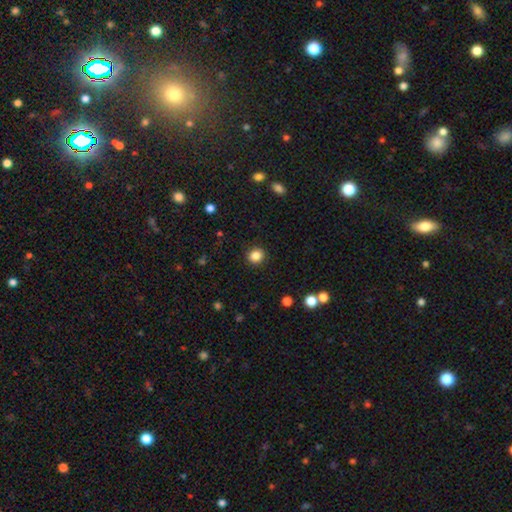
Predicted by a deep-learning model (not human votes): The model was most divided on "how rounded": round: 84%, in between: 15%, cigar-shaped: 1%. More confident: merging — none (91%); smooth or featured — smooth (85%).